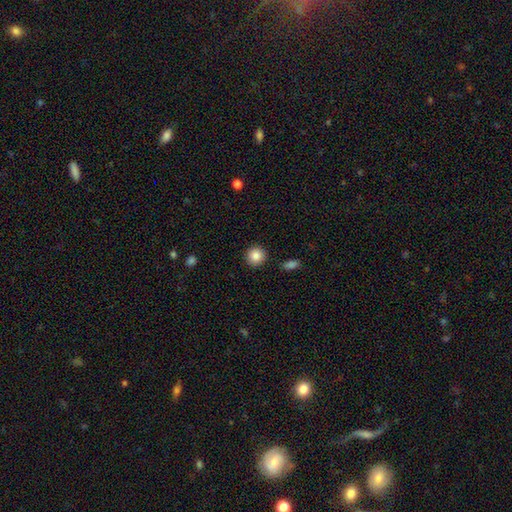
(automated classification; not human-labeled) The model was most divided on "smooth or featured": smooth: 87%, star or artifact: 9%, featured or disk: 5%. More confident: how rounded — round (94%); merging — none (91%).